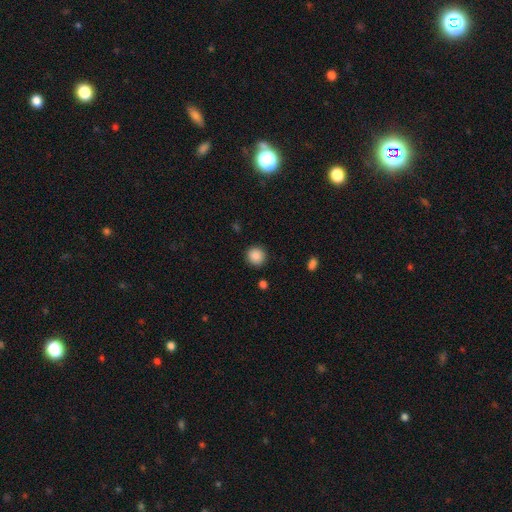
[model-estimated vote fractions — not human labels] This appears to be a smooth galaxy with no disk features (88%) that is round (91%). Merging: none (91%).